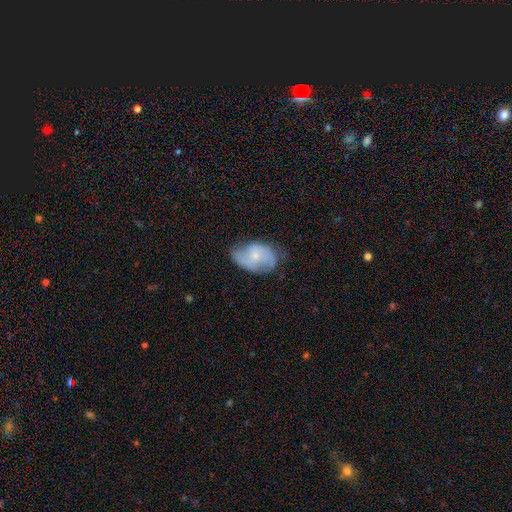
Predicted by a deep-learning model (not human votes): Morphology: type=featured or disk (59%); edge-on=no (96%); bar=no (68%); spiral arms=yes (81%); bulge=small (65%); merging=none (51%).